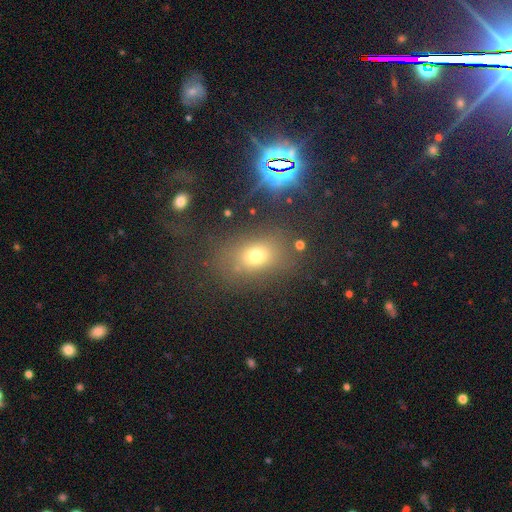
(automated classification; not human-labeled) smooth 65%, star or artifact 23%, featured or disk 13%. Down the decision tree: how rounded — in between (66%); merging — none (72%).